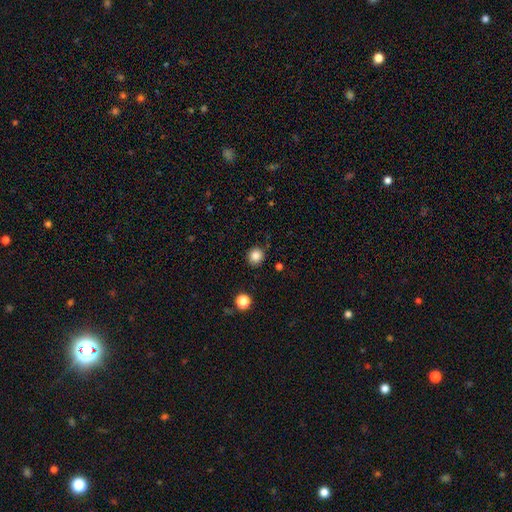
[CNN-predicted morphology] This is clearly a smooth galaxy (85%). How rounded: clearly round (88%). Merging: clearly none (87%).